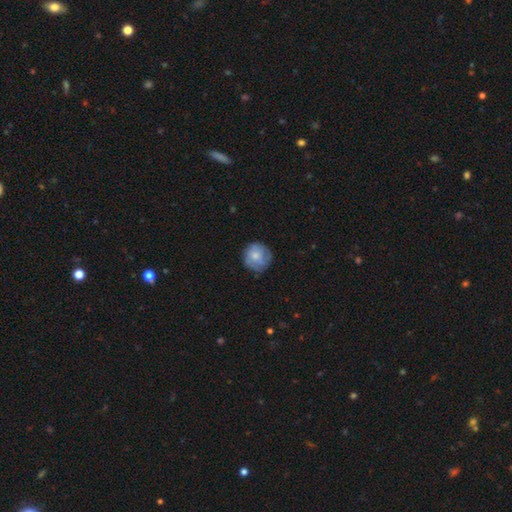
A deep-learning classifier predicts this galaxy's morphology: A smooth galaxy with no disk features (63%) that is round (91%). Merging: none (73%).